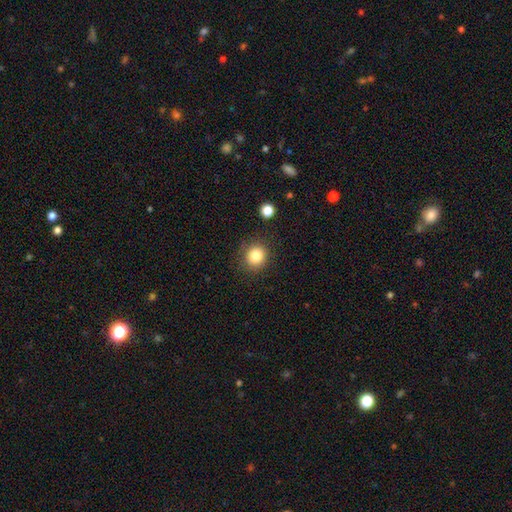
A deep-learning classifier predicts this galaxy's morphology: Smooth or featured: smooth — 83% (star or artifact — 11%)
How rounded: round — 85% (in between — 14%)
Merging: none — 85% (minor disturbance — 10%)